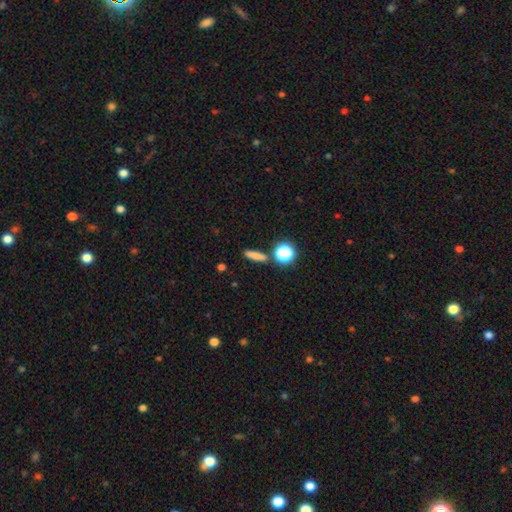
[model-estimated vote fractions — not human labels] A smooth galaxy with no disk features (74%) that is cigar-shaped (65%). Merging: none (82%).